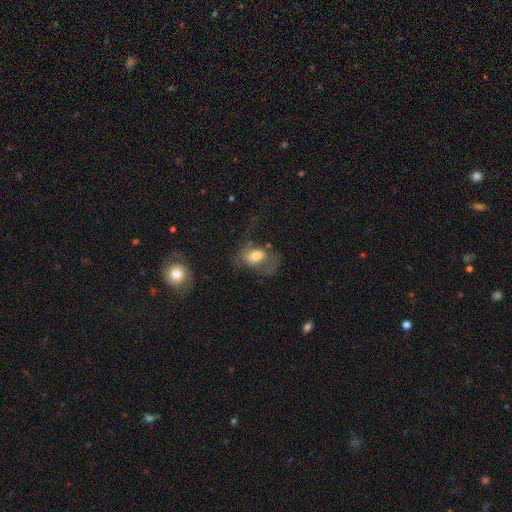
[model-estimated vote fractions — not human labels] smooth-or-featured: smooth: 56% | featured or disk: 35% | star or artifact: 9%
  how-rounded: in between: 81% | round: 17% | cigar-shaped: 2%
  merging: major disturbance: 47% | none: 30% | minor disturbance: 19% | merger: 4%